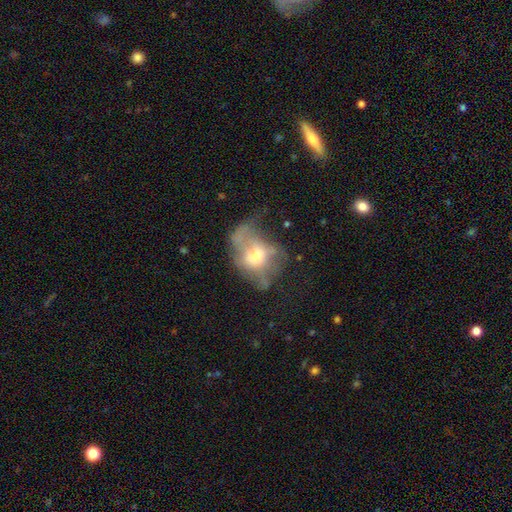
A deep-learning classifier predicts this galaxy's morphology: smooth-or-featured: featured or disk: 54% | smooth: 35% | star or artifact: 11%
  disk-edge-on: no: 94% | yes: 6%
    bar: no: 74% | weak: 21% | strong: 5%
    has-spiral-arms: no: 69% | yes: 31%
    bulge-size: moderate: 58% | small: 18% | large: 17% | none: 4% | dominant: 2%
  merging: major disturbance: 45% | none: 27% | minor disturbance: 22% | merger: 6%